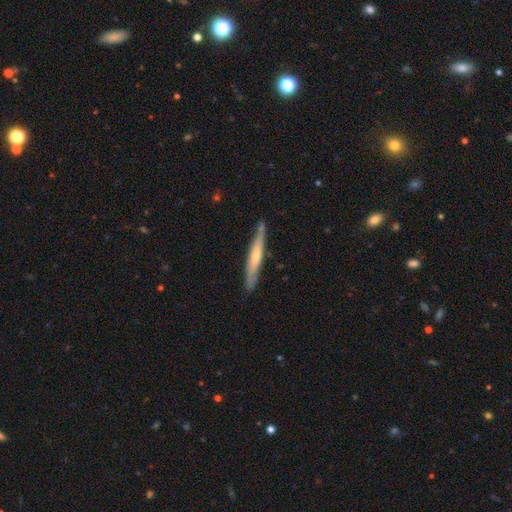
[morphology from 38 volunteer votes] Smooth or featured? featured or disk (71%)
Edge-on disk? yes (100%)
Edge-on bulge? rounded (56%)
Merging? none (95%)